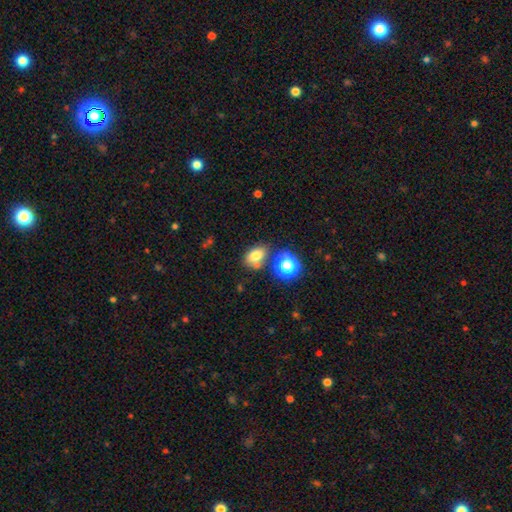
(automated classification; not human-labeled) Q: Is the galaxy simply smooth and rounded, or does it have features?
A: smooth — 74%.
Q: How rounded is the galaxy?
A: in between — 77%.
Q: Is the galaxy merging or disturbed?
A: none — 60%.